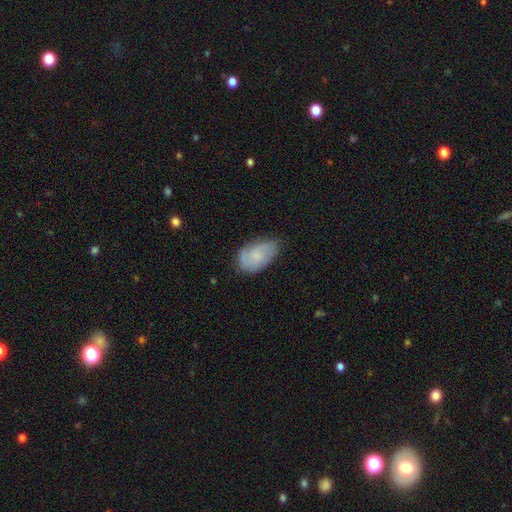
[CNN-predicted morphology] Smooth or featured: smooth — 57% (featured or disk — 36%)
How rounded: in between — 91% (round — 7%)
Merging: none — 63% (minor disturbance — 29%)